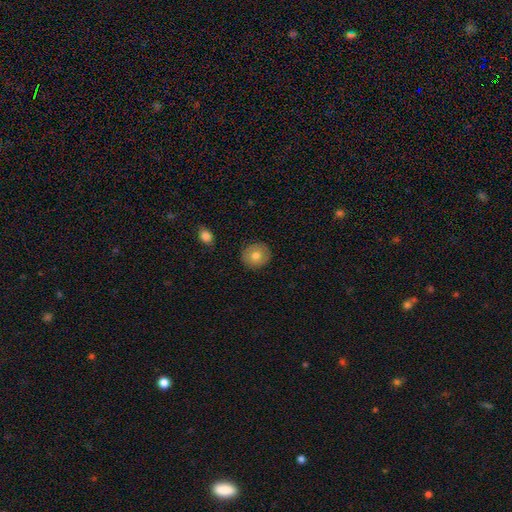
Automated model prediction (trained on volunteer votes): Morphology: type=smooth (76%); roundness=round (87%); merging=none (89%).